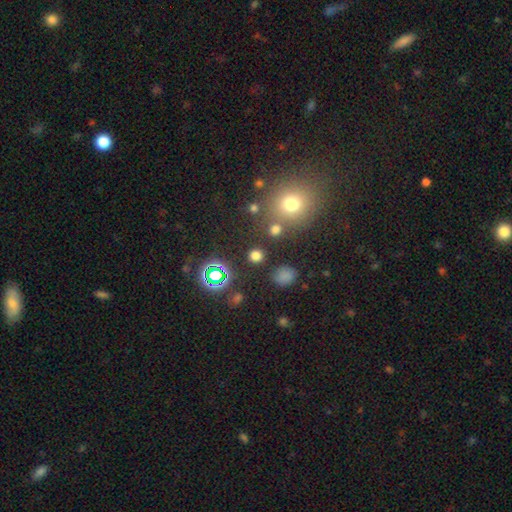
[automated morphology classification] smooth 69%, star or artifact 26%, featured or disk 6%. Down the decision tree: how rounded — round (87%); merging — none (83%).